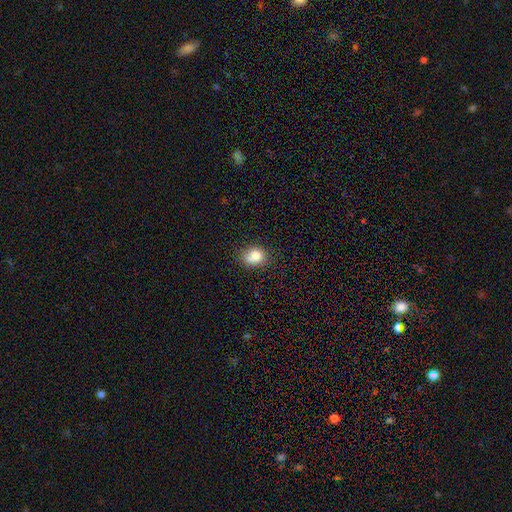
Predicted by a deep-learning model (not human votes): This is likely a smooth galaxy (79%). How rounded: possibly round (52%). Merging: likely none (61%).